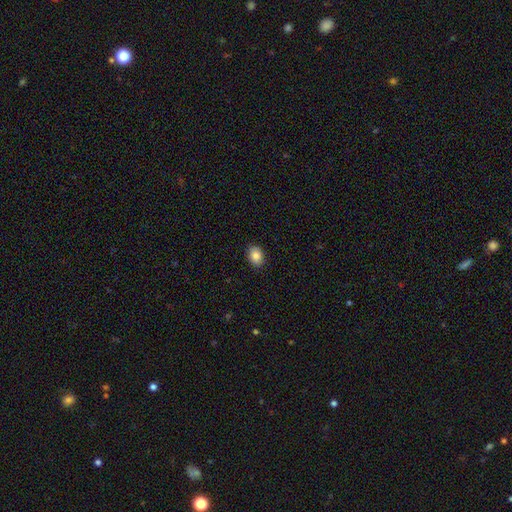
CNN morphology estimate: smooth 86%, star or artifact 8%, featured or disk 6%. Down the decision tree: how rounded — in between (71%); merging — none (89%).